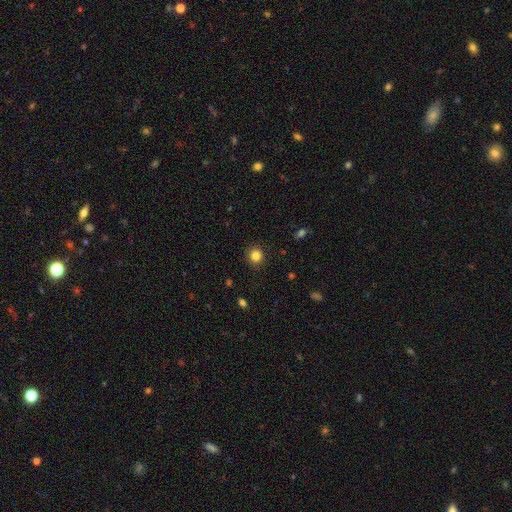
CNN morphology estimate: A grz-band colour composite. It shows a smooth galaxy with no disk features (84%) that is round (90%). Merging: none (90%).